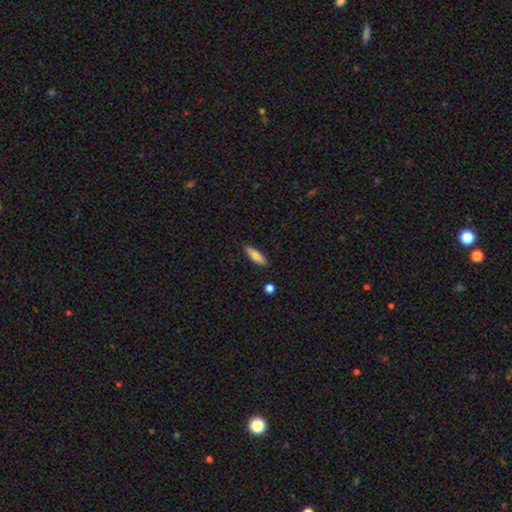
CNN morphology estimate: type=smooth (72%); roundness=cigar-shaped (64%); merging=none (86%).